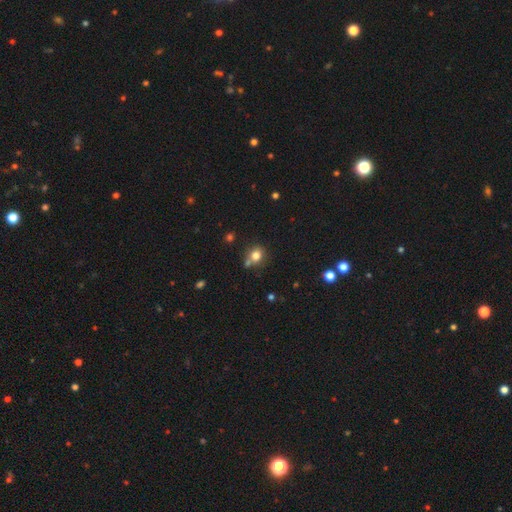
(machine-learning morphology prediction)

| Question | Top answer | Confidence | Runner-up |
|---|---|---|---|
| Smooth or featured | smooth | 78% | star or artifact (13%) |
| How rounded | round | 74% | in between (25%) |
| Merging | none | 58% | merger (21%) |